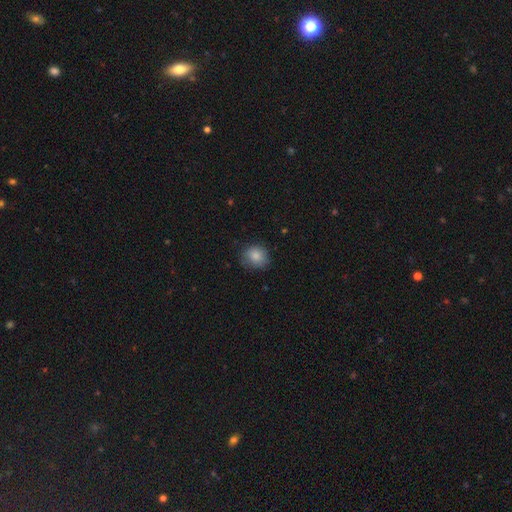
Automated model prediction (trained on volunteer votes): This appears to be a smooth galaxy with no disk features (85%) that is round (77%). Merging: none (75%).